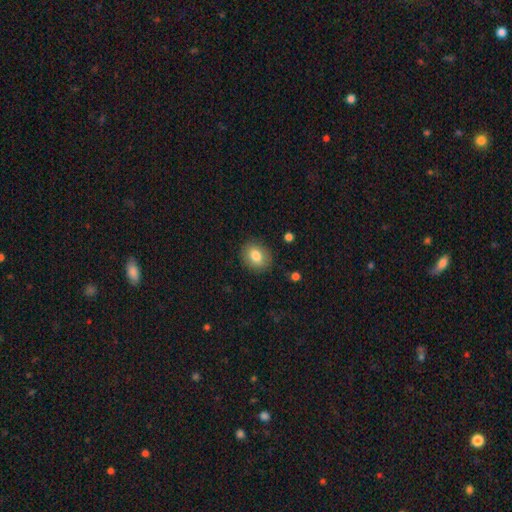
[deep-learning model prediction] smooth 81%, featured or disk 10%, star or artifact 9%. Down the decision tree: how rounded — round (51%); merging — none (86%).